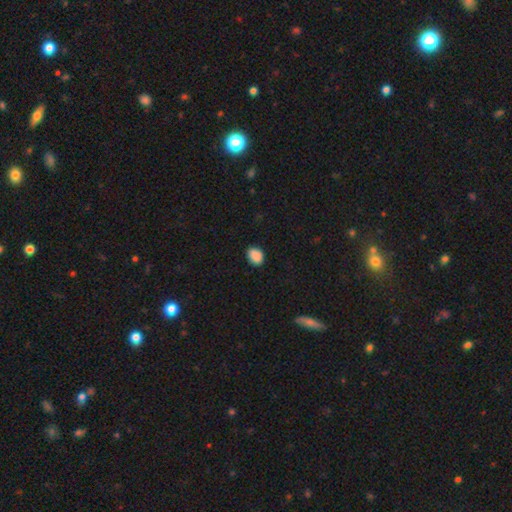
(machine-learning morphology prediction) A smooth galaxy with no disk features (89%) that is in between round and cigar-shaped (65%). Merging: none (85%).